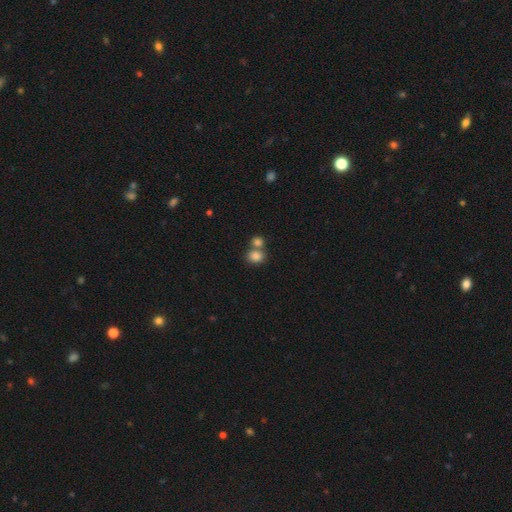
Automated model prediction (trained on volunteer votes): The model was most divided on "merging": merger: 47%, none: 43%, minor disturbance: 8%, major disturbance: 3%. More confident: smooth or featured — smooth (83%); how rounded — round (64%).